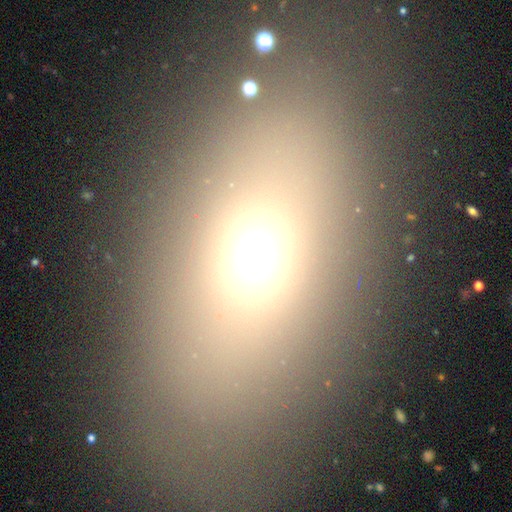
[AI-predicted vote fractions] Q: Smooth or featured?
A: smooth (62%); runner-up: star or artifact (20%)
Q: How rounded?
A: in between (78%); runner-up: round (18%)
Q: Merging?
A: none (80%); runner-up: minor disturbance (11%)